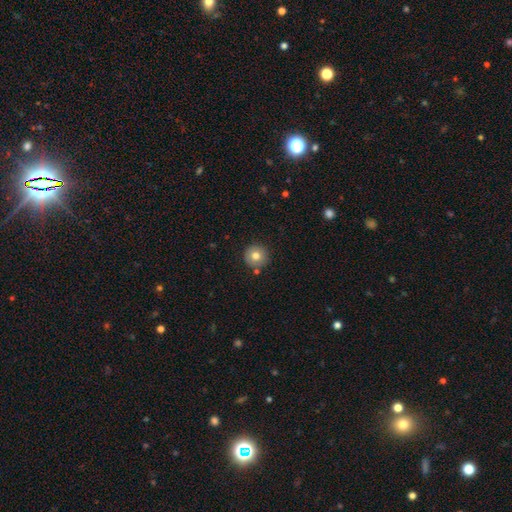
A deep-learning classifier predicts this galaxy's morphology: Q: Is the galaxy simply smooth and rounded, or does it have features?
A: smooth — 76%.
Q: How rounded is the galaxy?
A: round — 95%.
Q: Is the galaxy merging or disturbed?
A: none — 85%.